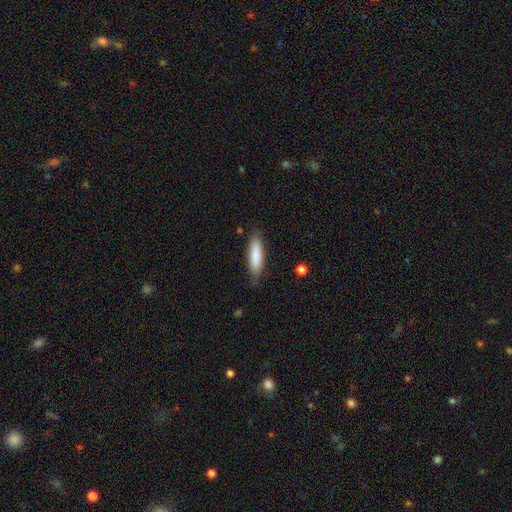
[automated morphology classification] Overall: smooth (80%). How rounded: cigar-shaped (62%; in between 36%). Merging: none (82%).